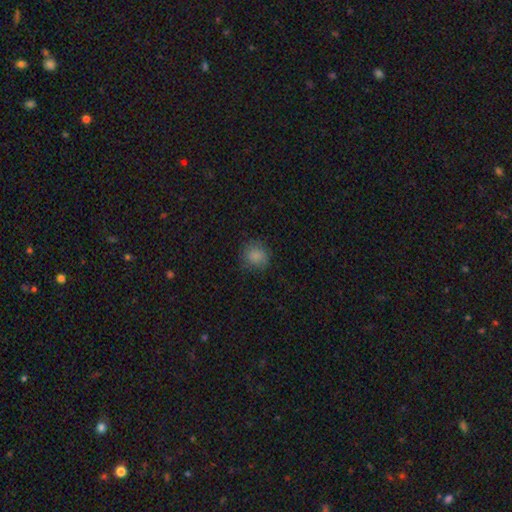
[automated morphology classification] Smooth or featured?
  - smooth: 84% *
  - star or artifact: 11%
  - featured or disk: 5%
How rounded?
  - round: 85% *
  - in between: 14%
  - cigar-shaped: 1%
Merging?
  - none: 82% *
  - minor disturbance: 13%
  - major disturbance: 4%
  - merger: 1%